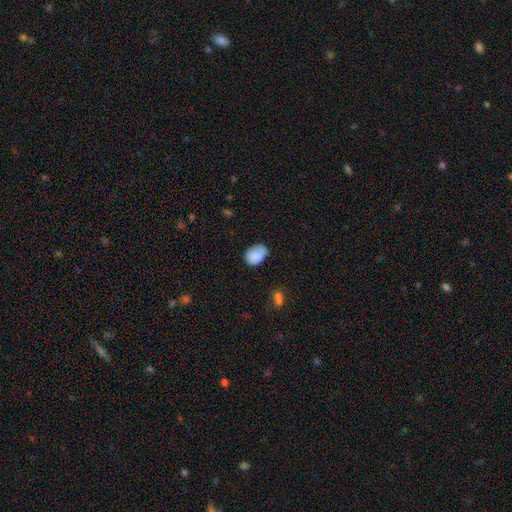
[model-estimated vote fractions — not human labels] smooth-or-featured: smooth: 84% | star or artifact: 8% | featured or disk: 7%
  how-rounded: in between: 76% | round: 23% | cigar-shaped: 1%
  merging: none: 54% | minor disturbance: 35% | major disturbance: 8% | merger: 4%